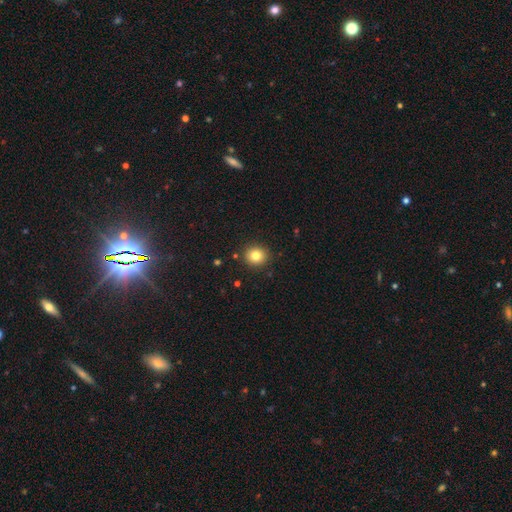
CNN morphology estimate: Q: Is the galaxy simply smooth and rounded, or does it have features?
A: smooth — 81%.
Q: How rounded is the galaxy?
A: round — 85%.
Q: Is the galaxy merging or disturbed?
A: none — 90%.